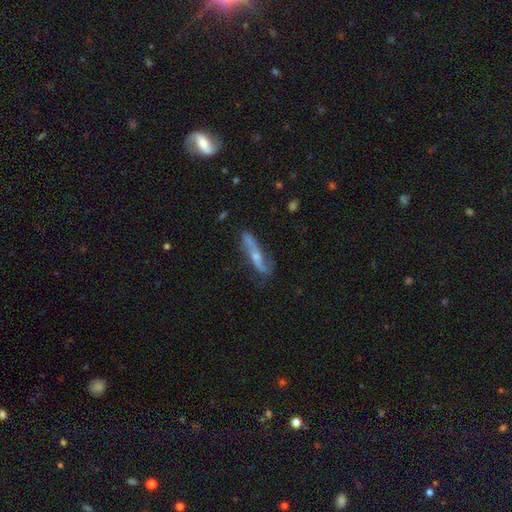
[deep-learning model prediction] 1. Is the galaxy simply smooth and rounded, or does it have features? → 71% featured or disk, 22% smooth, 7% star or artifact.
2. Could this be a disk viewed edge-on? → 55% no, 45% yes.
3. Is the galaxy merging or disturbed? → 71% none, 20% minor disturbance, 6% major disturbance, 2% merger.